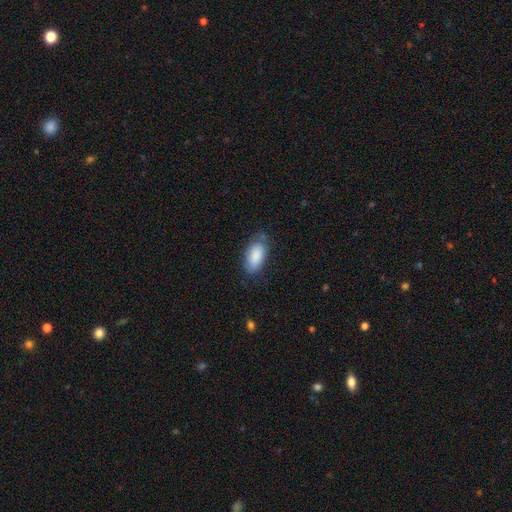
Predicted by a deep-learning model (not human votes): Smooth or featured? Predicted: smooth (p=0.87). How rounded? Predicted: in between (p=0.93). Merging? Predicted: none (p=0.70).